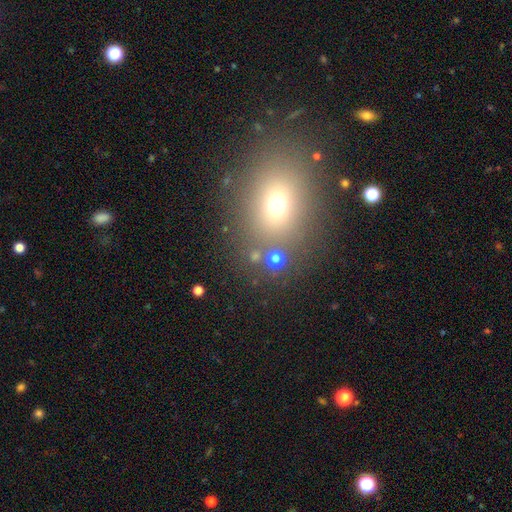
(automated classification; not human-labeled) A smooth galaxy with no disk features (59%) that is round (69%). Merging: none (74%).